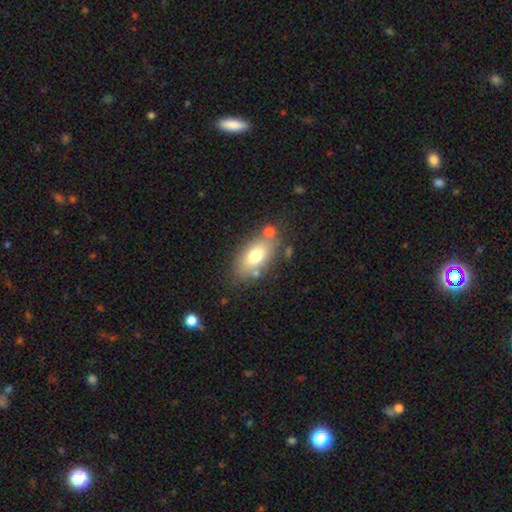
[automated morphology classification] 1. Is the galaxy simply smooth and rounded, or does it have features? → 74% smooth, 18% featured or disk, 9% star or artifact.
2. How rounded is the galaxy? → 88% in between, 7% round, 5% cigar-shaped.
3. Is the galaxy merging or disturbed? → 71% none, 14% minor disturbance, 9% merger, 5% major disturbance.